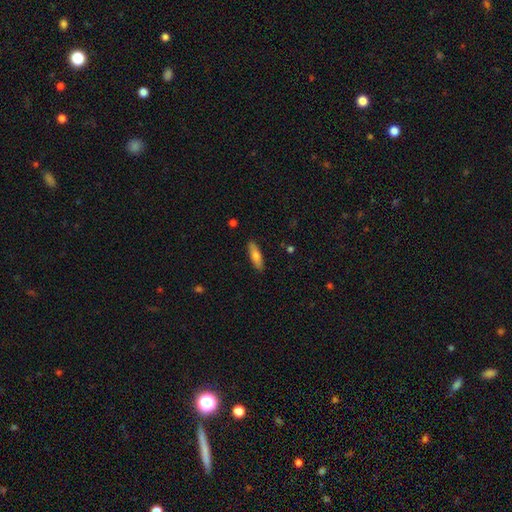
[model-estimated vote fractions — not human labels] Overall: smooth (70%). How rounded: cigar-shaped (58%; in between 40%). Merging: none (89%).